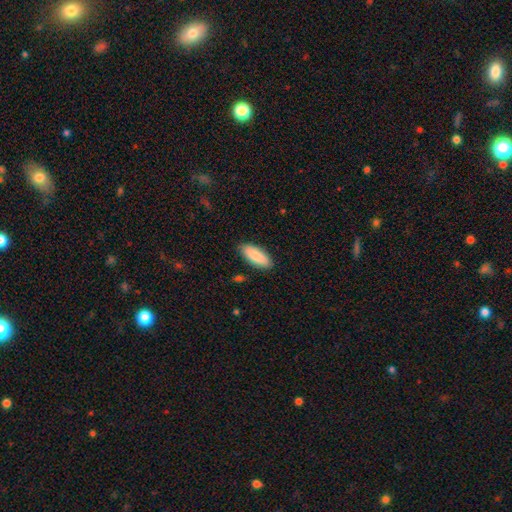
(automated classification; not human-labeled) The model was most divided on "how rounded": in between: 73%, cigar-shaped: 25%, round: 2%. More confident: merging — none (87%); smooth or featured — smooth (87%).